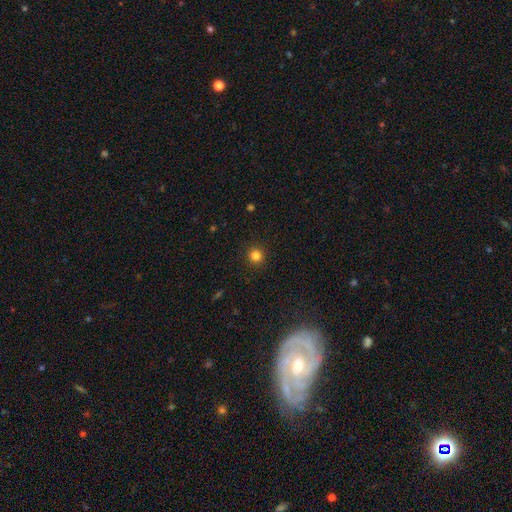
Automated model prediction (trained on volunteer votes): Smooth or featured?
  - smooth: 82% *
  - star or artifact: 13%
  - featured or disk: 5%
How rounded?
  - round: 95% *
  - in between: 4%
  - cigar-shaped: 1%
Merging?
  - none: 93% *
  - minor disturbance: 5%
  - major disturbance: 2%
  - merger: 1%